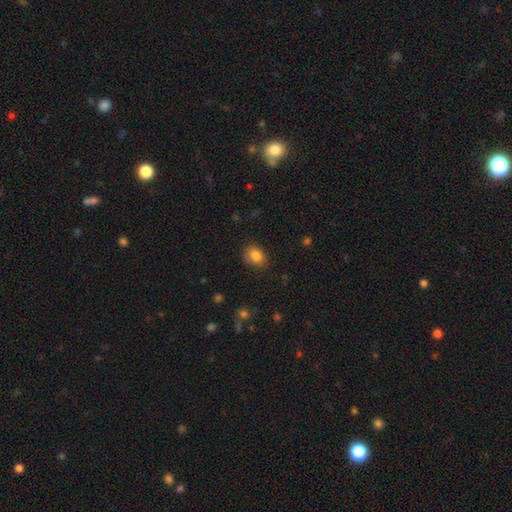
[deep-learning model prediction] Q: Smooth or featured?
A: smooth (85%); runner-up: star or artifact (10%)
Q: How rounded?
A: in between (63%); runner-up: round (36%)
Q: Merging?
A: none (79%); runner-up: minor disturbance (16%)